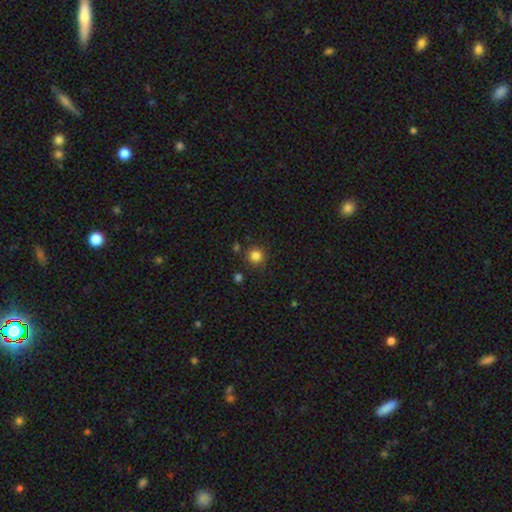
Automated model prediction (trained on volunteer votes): A smooth galaxy with no disk features (84%) that is round (93%).

Vote fractions:
- Smooth or featured? smooth: 84% / star or artifact: 12% / featured or disk: 4%
- How rounded? round: 93% / in between: 6% / cigar-shaped: 1%
- Merging? none: 84% / minor disturbance: 9% / merger: 4% / major disturbance: 3%